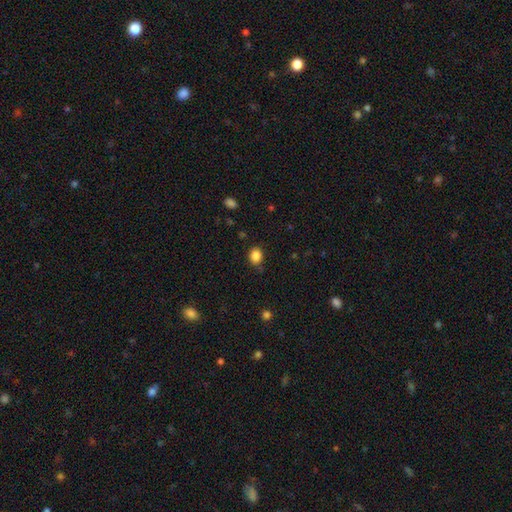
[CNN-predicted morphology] smooth-or-featured: smooth: 86% | star or artifact: 10% | featured or disk: 4%
  how-rounded: in between: 54% | round: 45% | cigar-shaped: 1%
  merging: none: 79% | minor disturbance: 16% | major disturbance: 4% | merger: 2%